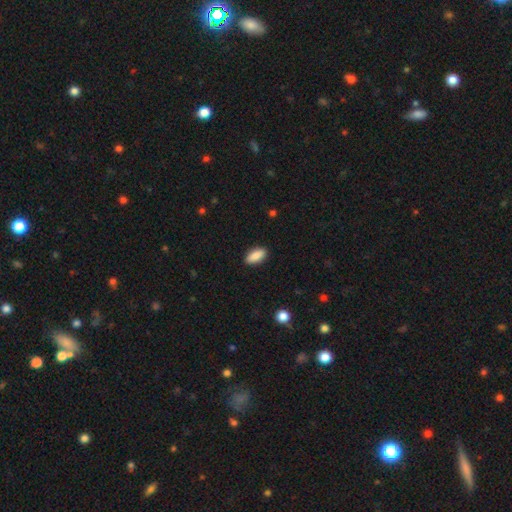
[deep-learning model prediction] Morphology: type=smooth (88%); roundness=in between (88%); merging=none (90%).